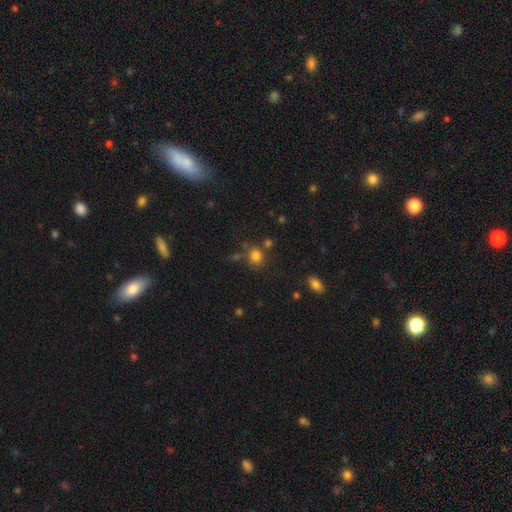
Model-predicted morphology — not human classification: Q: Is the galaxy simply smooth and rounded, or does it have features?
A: smooth — 78%.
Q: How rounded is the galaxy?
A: round — 68%.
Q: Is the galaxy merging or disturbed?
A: none — 67%.